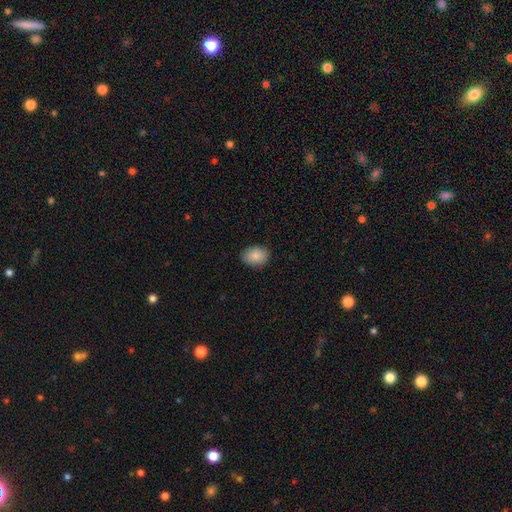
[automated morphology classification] Smooth or featured?
  - smooth: 87% *
  - star or artifact: 8%
  - featured or disk: 5%
How rounded?
  - in between: 71% *
  - round: 29%
  - cigar-shaped: 1%
Merging?
  - none: 87% *
  - minor disturbance: 10%
  - major disturbance: 2%
  - merger: 1%